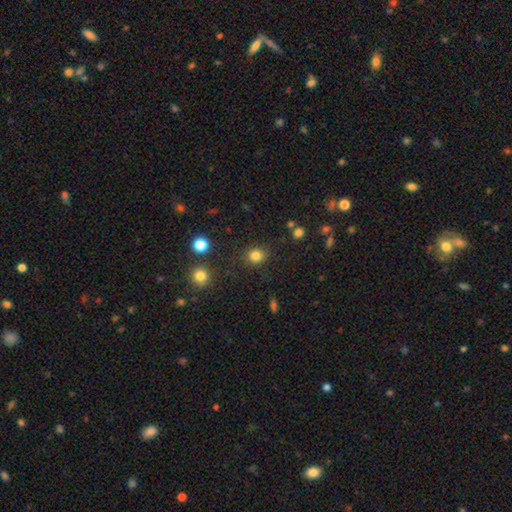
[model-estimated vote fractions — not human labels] Smooth or featured? smooth (83%)
How rounded? round (81%)
Merging? none (86%)